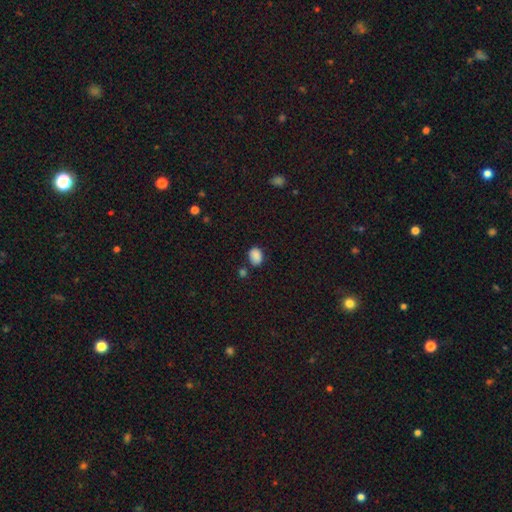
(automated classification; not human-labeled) The model was most divided on "how rounded": in between: 73%, round: 26%, cigar-shaped: 1%. More confident: smooth or featured — smooth (87%); merging — none (73%).